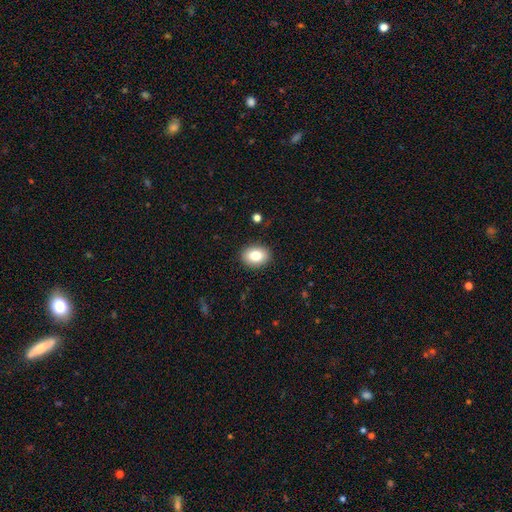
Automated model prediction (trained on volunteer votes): smooth_or_featured: smooth (p=0.82) [alt: featured or disk p=0.09]
how_rounded: in between (p=0.62) [alt: round p=0.37]
merging: none (p=0.90) [alt: minor disturbance p=0.07]